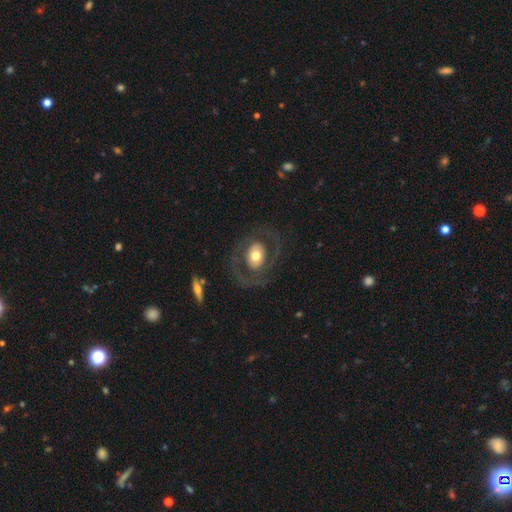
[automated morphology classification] Q: Smooth or featured?
A: featured or disk (57%); runner-up: smooth (38%)
Q: Edge-on disk?
A: no (94%); runner-up: yes (6%)
Q: Bar?
A: no (76%); runner-up: weak (16%)
Q: Spiral arms?
A: no (67%); runner-up: yes (33%)
Q: Bulge size?
A: moderate (60%); runner-up: large (28%)
Q: Merging?
A: none (74%); runner-up: major disturbance (13%)